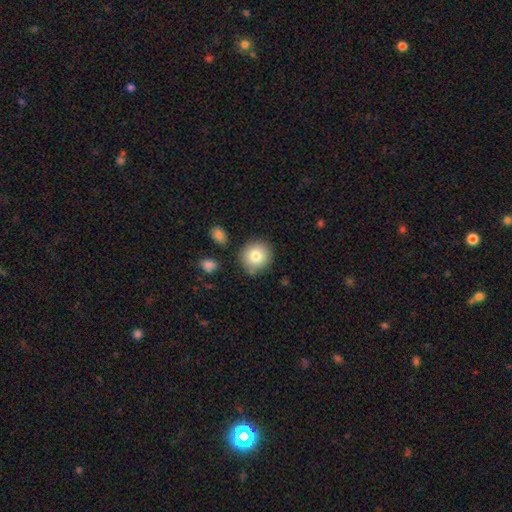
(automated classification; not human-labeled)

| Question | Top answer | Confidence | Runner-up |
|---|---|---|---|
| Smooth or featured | smooth | 80% | featured or disk (11%) |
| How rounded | round | 88% | in between (11%) |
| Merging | none | 82% | minor disturbance (11%) |